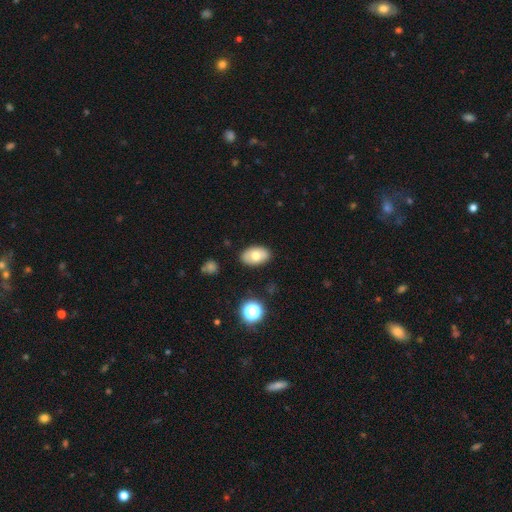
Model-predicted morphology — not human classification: smooth_or_featured: smooth (p=0.71) [alt: featured or disk p=0.21]
how_rounded: in between (p=0.90) [alt: round p=0.09]
merging: none (p=0.85) [alt: minor disturbance p=0.11]